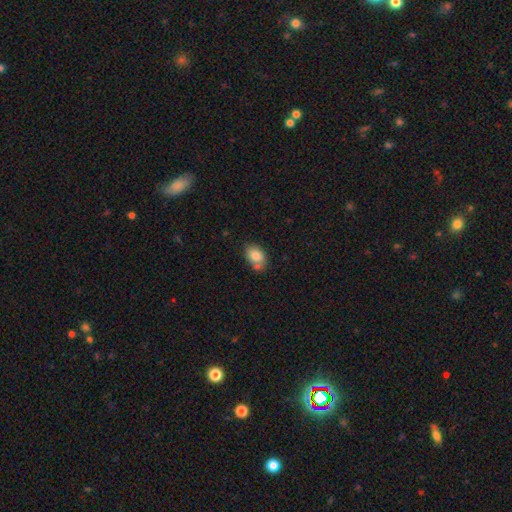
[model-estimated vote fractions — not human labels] The model was most divided on "merging": none: 57%, minor disturbance: 20%, merger: 18%, major disturbance: 5%. More confident: how rounded — in between (82%); smooth or featured — smooth (81%).